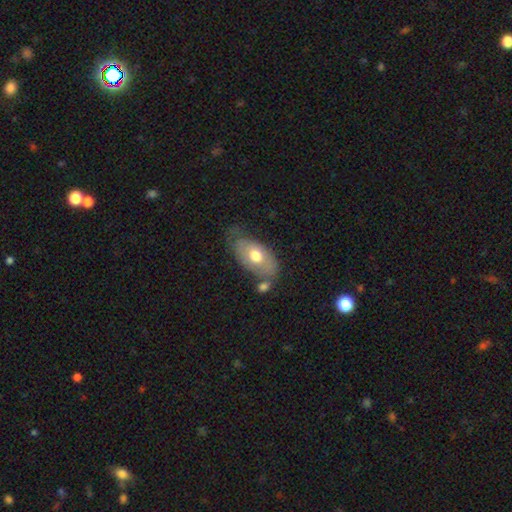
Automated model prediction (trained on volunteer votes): Smooth or featured?
  - smooth: 59% *
  - featured or disk: 35%
  - star or artifact: 6%
How rounded?
  - in between: 91% *
  - round: 6%
  - cigar-shaped: 4%
Merging?
  - none: 50% *
  - minor disturbance: 26%
  - merger: 13%
  - major disturbance: 11%